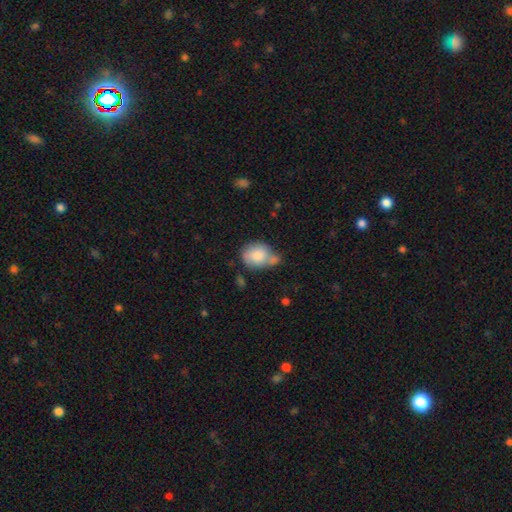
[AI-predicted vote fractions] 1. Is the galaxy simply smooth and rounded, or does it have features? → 79% smooth, 14% featured or disk, 8% star or artifact.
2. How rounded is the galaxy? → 51% round, 47% in between, 1% cigar-shaped.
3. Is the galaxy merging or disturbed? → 39% none, 29% merger, 24% minor disturbance, 8% major disturbance.